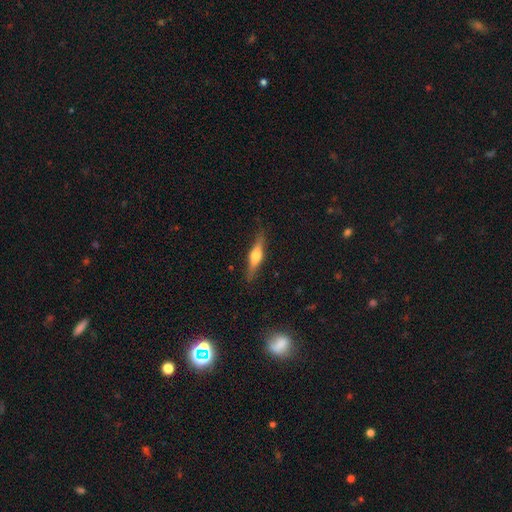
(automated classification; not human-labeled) Overall: featured or disk (62%; smooth 32%). Edge-on disk: yes (96%). Edge-on bulge: rounded (92%). Merging: none (87%).